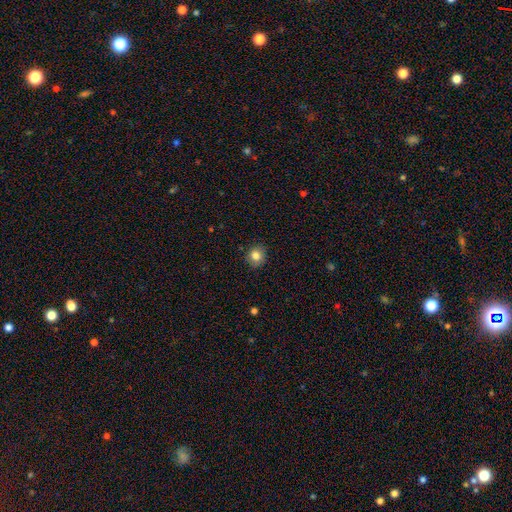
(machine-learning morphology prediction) This is clearly a smooth galaxy (82%). How rounded: likely round (80%). Merging: clearly none (87%).